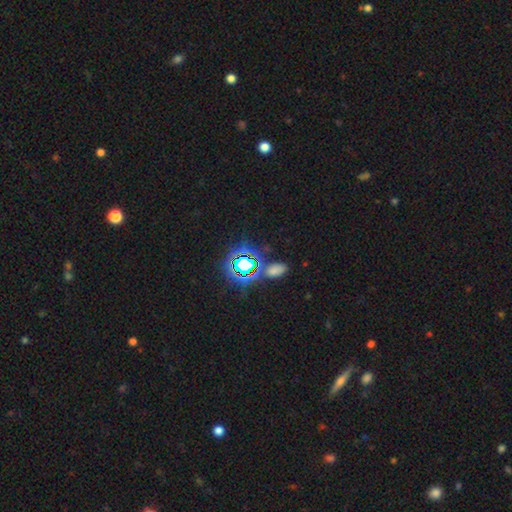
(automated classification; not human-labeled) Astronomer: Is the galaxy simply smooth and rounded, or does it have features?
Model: star or artifact — 73%.